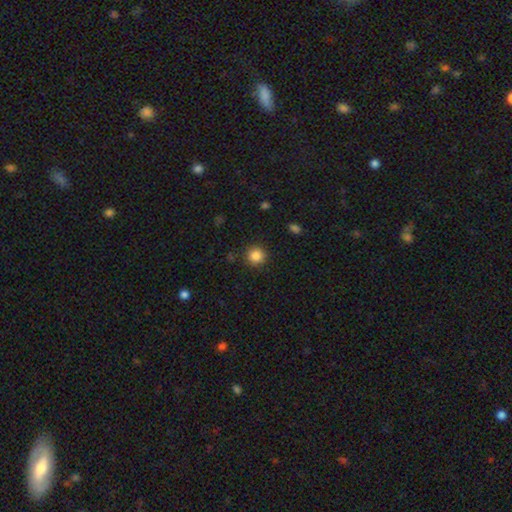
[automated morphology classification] The model was most divided on "smooth or featured": smooth: 85%, star or artifact: 11%, featured or disk: 4%. More confident: how rounded — round (93%); merging — none (90%).